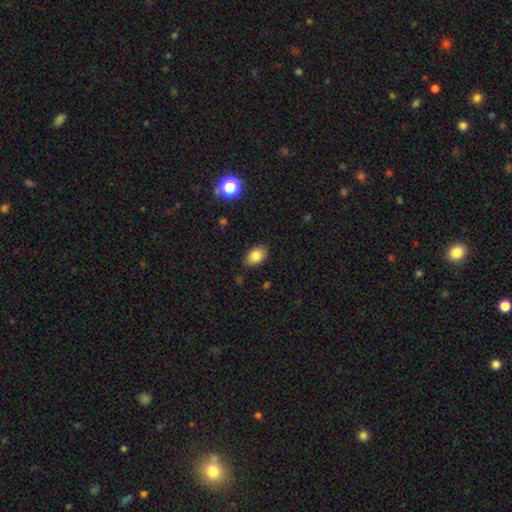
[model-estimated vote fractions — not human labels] Morphology: type=smooth (83%); roundness=in between (86%); merging=none (84%).